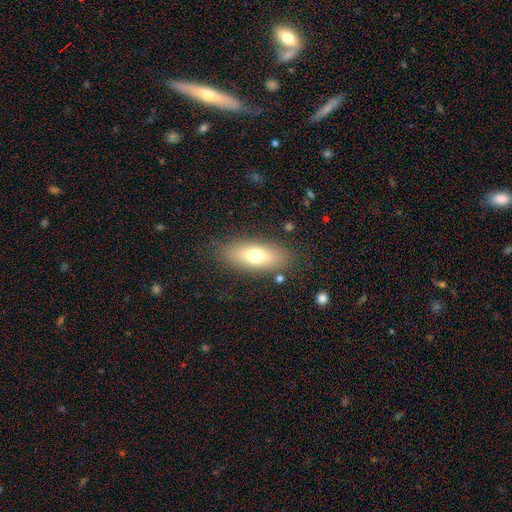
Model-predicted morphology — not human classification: Smooth or featured?
  - smooth: 69% *
  - featured or disk: 22%
  - star or artifact: 8%
How rounded?
  - in between: 75% *
  - cigar-shaped: 21%
  - round: 4%
Merging?
  - none: 83% *
  - minor disturbance: 11%
  - major disturbance: 4%
  - merger: 2%